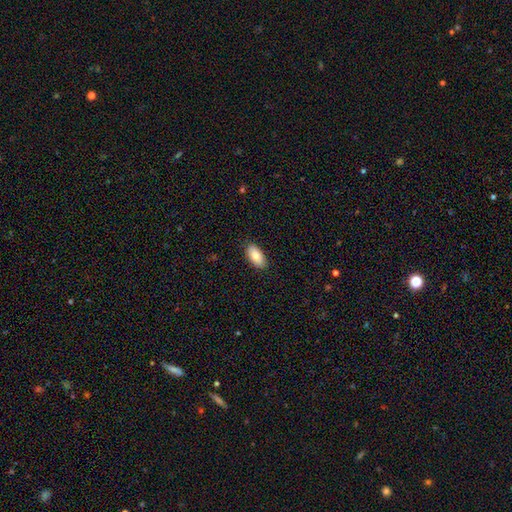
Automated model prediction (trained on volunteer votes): Smooth or featured? Predicted: smooth (p=0.84). How rounded? Predicted: in between (p=0.93). Merging? Predicted: none (p=0.88).